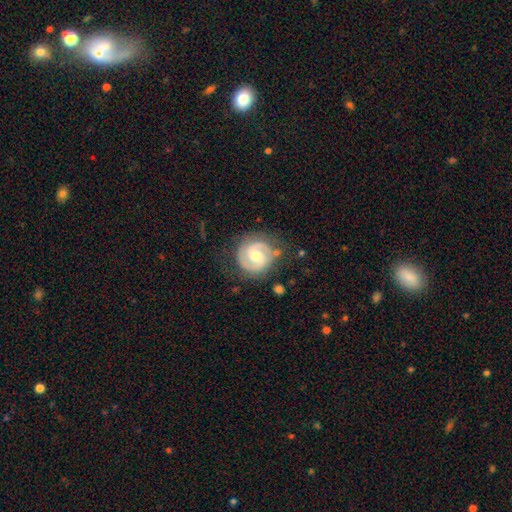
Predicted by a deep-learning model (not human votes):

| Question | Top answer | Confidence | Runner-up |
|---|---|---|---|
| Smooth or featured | featured or disk | 81% | smooth (14%) |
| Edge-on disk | no | 98% | yes (2%) |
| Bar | weak | 47% | no (40%) |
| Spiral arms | yes | 94% | no (6%) |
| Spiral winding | tight | 47% | medium (43%) |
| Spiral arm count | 2 | 88% | can't tell (5%) |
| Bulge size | moderate | 67% | small (26%) |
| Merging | none | 79% | minor disturbance (14%) |